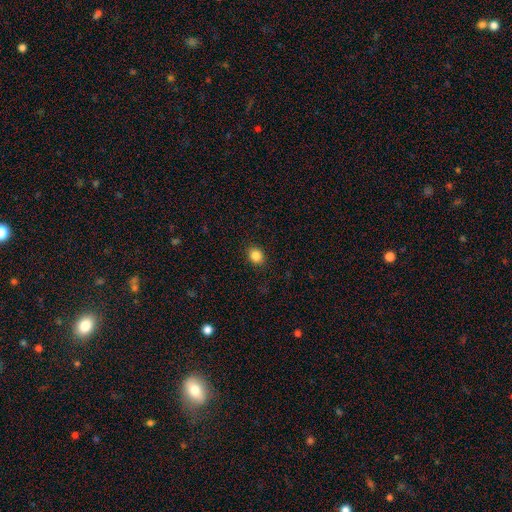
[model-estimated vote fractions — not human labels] Smooth or featured? Predicted: smooth (p=0.85). How rounded? Predicted: round (p=0.65). Merging? Predicted: none (p=0.90).